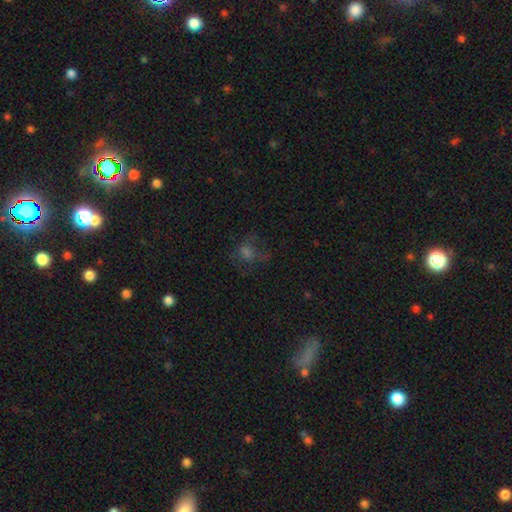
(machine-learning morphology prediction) A star or artifact, not a galaxy (48%).

Vote fractions:
- Smooth or featured? star or artifact: 48% / smooth: 33% / featured or disk: 19%